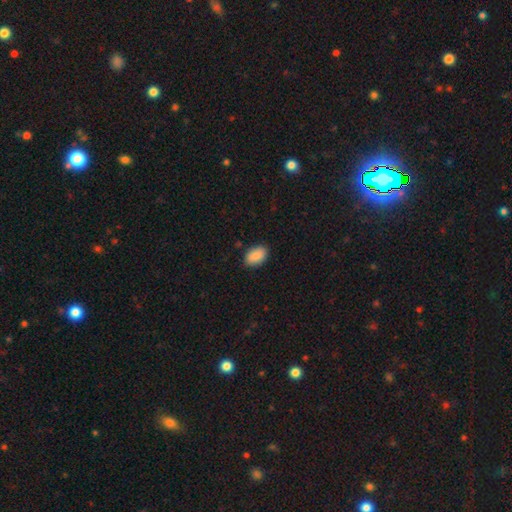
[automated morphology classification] This is clearly a smooth galaxy (89%). How rounded: clearly in between (90%). Merging: clearly none (86%).